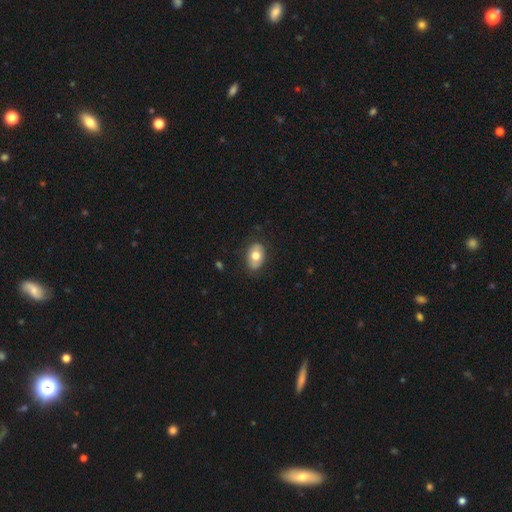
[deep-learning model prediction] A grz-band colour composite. It shows a smooth galaxy with no disk features (70%) that is in between round and cigar-shaped (85%). Merging: none (81%).